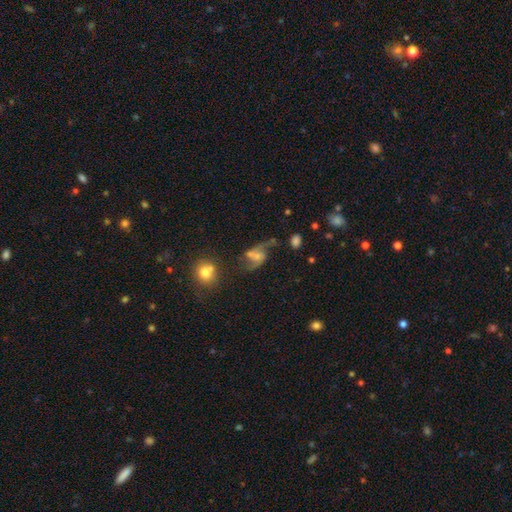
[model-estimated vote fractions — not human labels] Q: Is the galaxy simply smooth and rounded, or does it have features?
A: featured or disk — 78%.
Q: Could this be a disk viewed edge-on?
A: no — 97%.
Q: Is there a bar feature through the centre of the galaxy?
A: no — 44%.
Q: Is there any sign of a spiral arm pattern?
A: yes — 91%.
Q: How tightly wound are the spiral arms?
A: loose — 75%.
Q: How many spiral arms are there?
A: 2 — 90%.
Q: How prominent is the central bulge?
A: small — 42%.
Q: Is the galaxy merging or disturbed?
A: none — 45%.